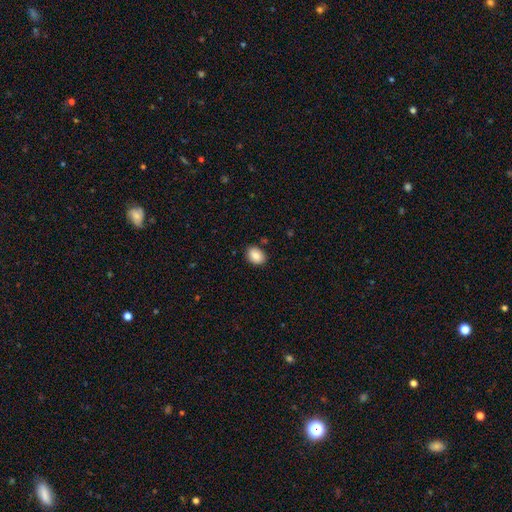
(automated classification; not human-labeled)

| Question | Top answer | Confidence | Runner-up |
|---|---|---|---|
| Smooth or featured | smooth | 87% | star or artifact (8%) |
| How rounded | in between | 75% | round (24%) |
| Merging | none | 86% | minor disturbance (10%) |